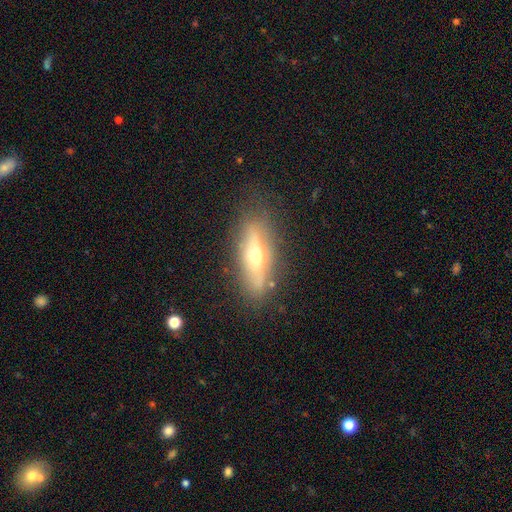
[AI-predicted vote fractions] Smooth or featured? Predicted: featured or disk (p=0.60). Edge-on disk? Predicted: yes (p=0.73). Merging? Predicted: none (p=0.79).